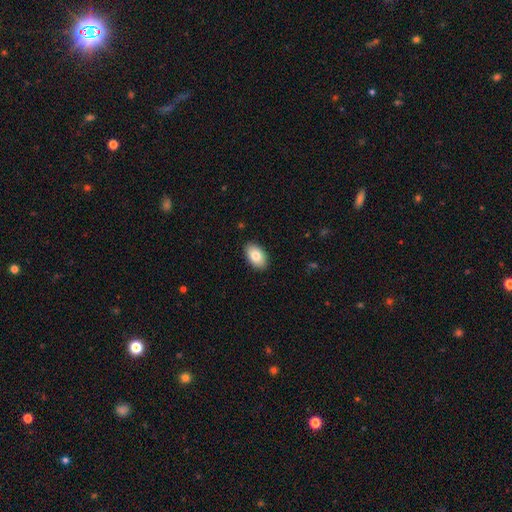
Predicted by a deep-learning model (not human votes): Morphology: type=smooth (82%); roundness=in between (93%); merging=none (90%).